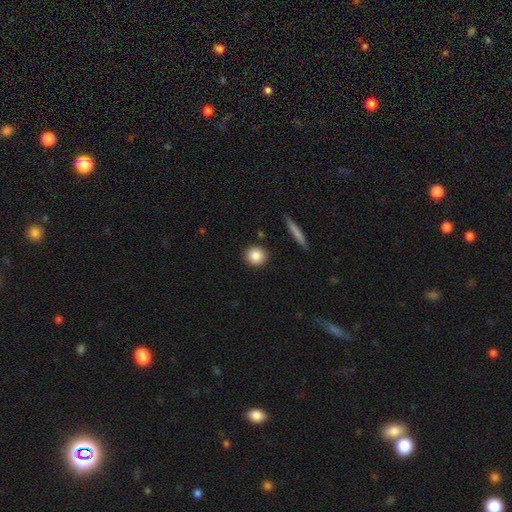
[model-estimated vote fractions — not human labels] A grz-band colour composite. It shows a smooth galaxy with no disk features (87%) that is round (87%). Merging: none (89%).